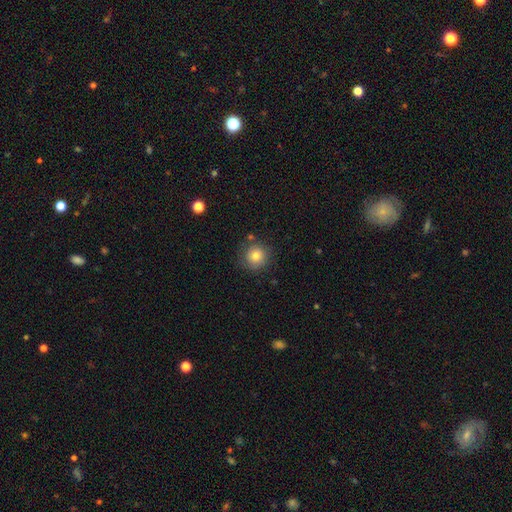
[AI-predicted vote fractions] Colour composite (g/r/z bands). It shows a smooth galaxy with no disk features (79%) that is round (93%). Merging: none (81%).